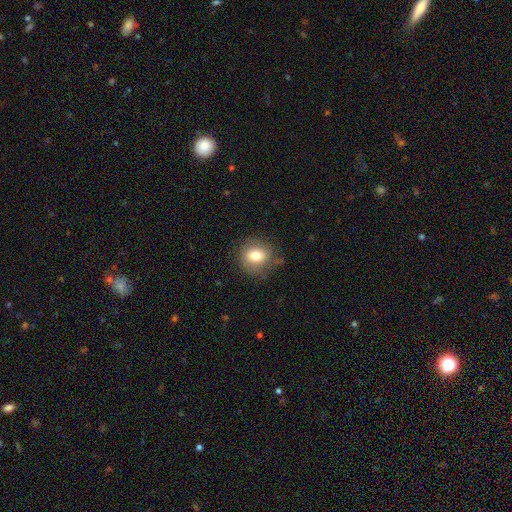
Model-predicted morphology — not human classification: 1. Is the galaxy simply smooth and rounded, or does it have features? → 76% smooth, 14% featured or disk, 10% star or artifact.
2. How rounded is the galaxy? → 74% round, 25% in between, 1% cigar-shaped.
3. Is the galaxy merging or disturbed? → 78% none, 16% minor disturbance, 5% major disturbance, 1% merger.